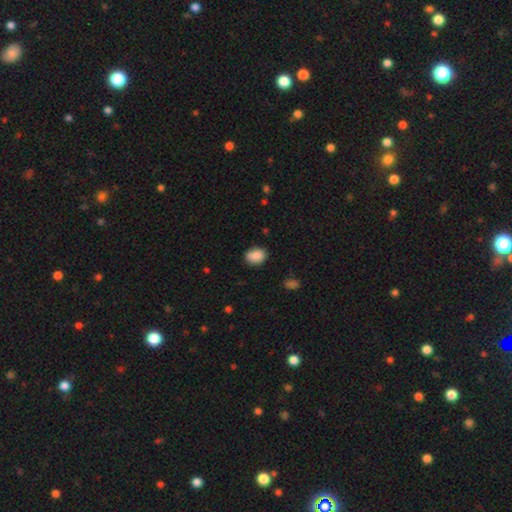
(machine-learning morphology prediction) This appears to be a smooth galaxy with no disk features (88%) that is in between round and cigar-shaped (69%). Merging: none (80%).